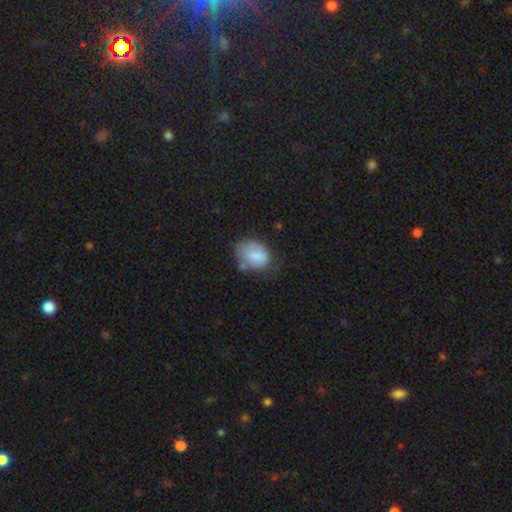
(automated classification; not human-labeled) smooth 74%, featured or disk 18%, star or artifact 7%. Down the decision tree: how rounded — in between (74%); merging — none (45%).